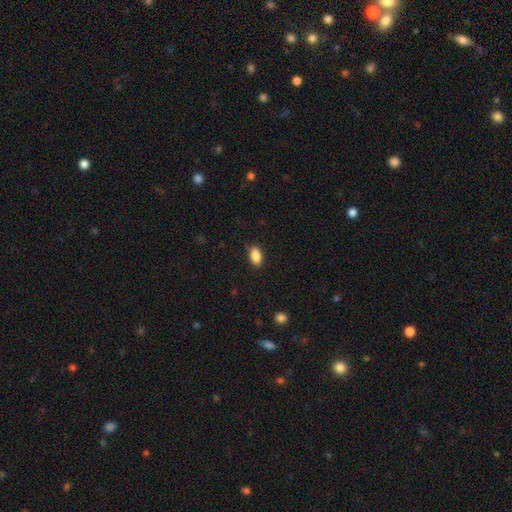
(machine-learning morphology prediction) This appears to be a smooth galaxy with no disk features (87%) that is in between round and cigar-shaped (90%). Merging: none (85%).